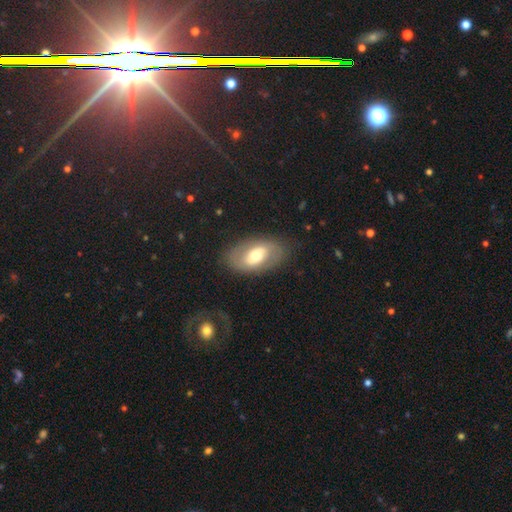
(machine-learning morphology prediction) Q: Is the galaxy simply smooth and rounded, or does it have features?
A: featured or disk — 47%.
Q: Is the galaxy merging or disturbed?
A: none — 77%.